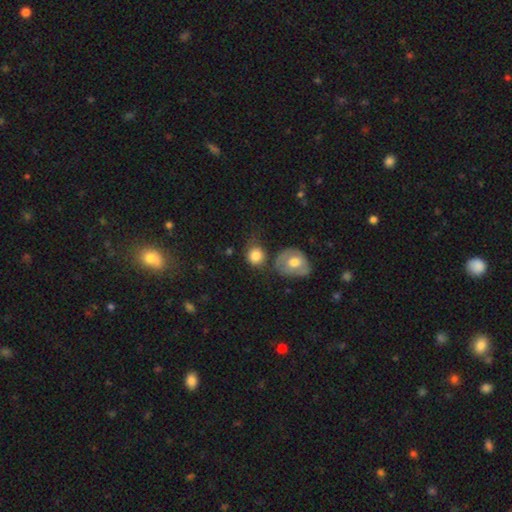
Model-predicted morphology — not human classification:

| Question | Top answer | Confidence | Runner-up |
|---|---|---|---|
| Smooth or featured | smooth | 83% | featured or disk (10%) |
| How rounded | round | 78% | in between (21%) |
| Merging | none | 50% | minor disturbance (22%) |